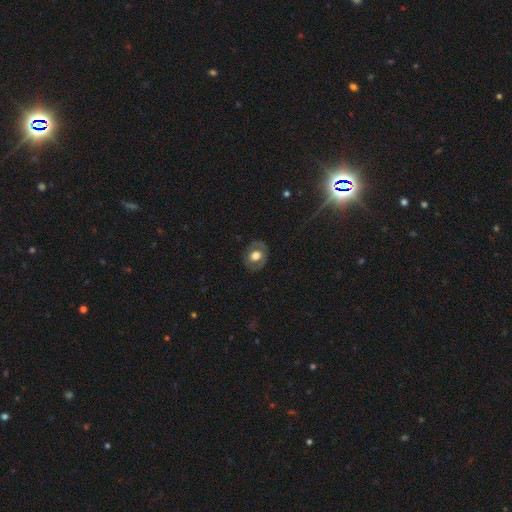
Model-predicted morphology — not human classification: smooth_or_featured: smooth (p=0.52) [alt: featured or disk p=0.40]
how_rounded: round (p=0.55) [alt: in between p=0.44]
merging: none (p=0.80) [alt: minor disturbance p=0.14]